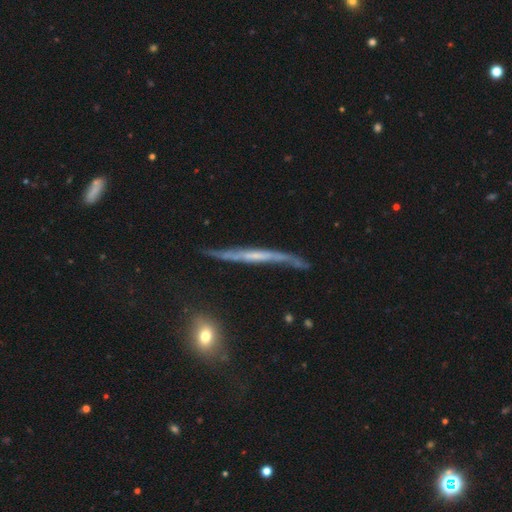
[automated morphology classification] type=featured or disk (73%); edge-on=yes (81%); edge-on bulge=none (71%); merging=none (60%).